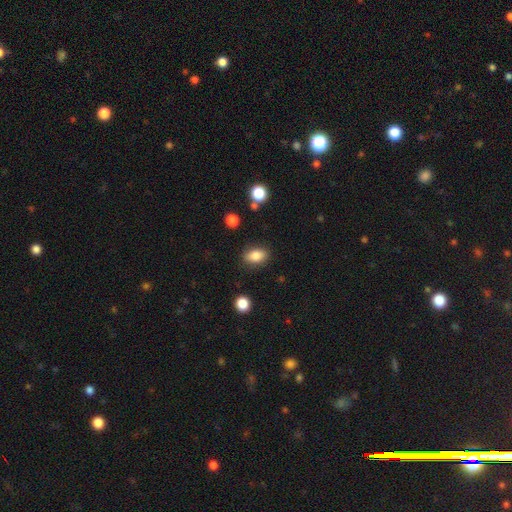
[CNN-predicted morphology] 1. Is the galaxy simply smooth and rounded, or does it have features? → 83% smooth, 9% star or artifact, 8% featured or disk.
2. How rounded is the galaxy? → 84% in between, 13% round, 3% cigar-shaped.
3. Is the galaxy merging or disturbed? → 85% none, 10% minor disturbance, 3% major disturbance, 2% merger.